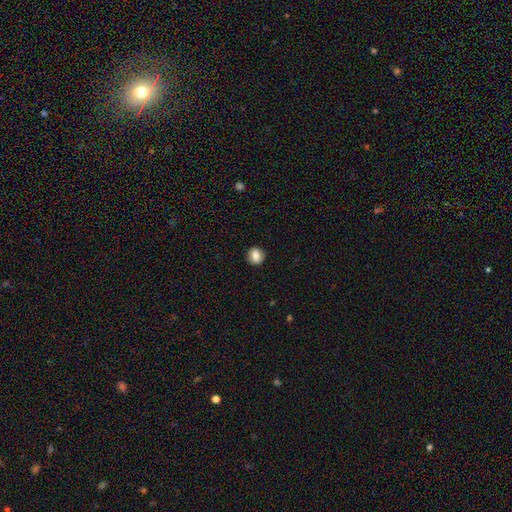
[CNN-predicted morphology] A smooth galaxy with no disk features (82%) that is round (76%).

Vote fractions:
- Smooth or featured? smooth: 82% / featured or disk: 9% / star or artifact: 9%
- How rounded? round: 76% / in between: 23% / cigar-shaped: 1%
- Merging? none: 90% / minor disturbance: 7% / major disturbance: 2% / merger: 1%